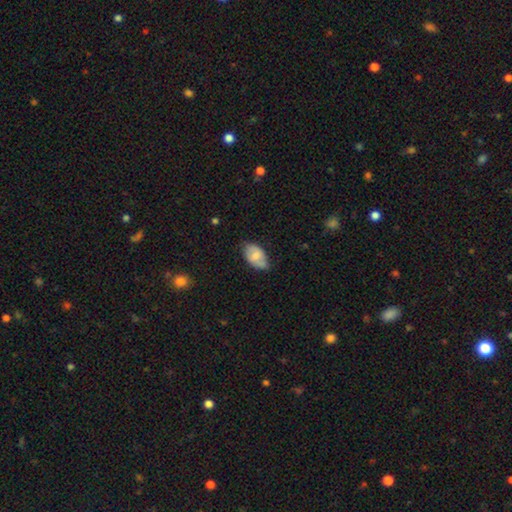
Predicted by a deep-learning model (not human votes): This is likely a smooth galaxy (65%). How rounded: clearly in between (92%). Merging: likely none (65%).